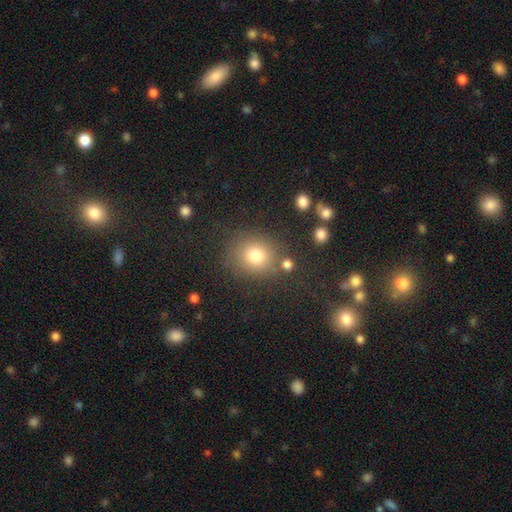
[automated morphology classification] Q: Smooth or featured?
A: smooth (77%); runner-up: star or artifact (14%)
Q: How rounded?
A: round (79%); runner-up: in between (20%)
Q: Merging?
A: none (79%); runner-up: minor disturbance (11%)